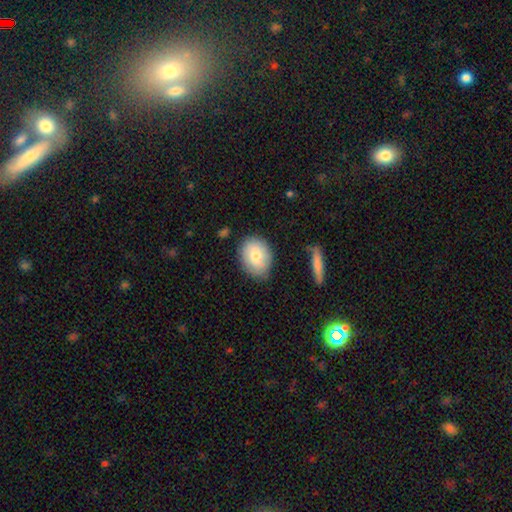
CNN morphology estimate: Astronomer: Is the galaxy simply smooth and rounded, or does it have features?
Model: smooth — 76%.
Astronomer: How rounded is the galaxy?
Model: in between — 55% (runner-up: round, 44%).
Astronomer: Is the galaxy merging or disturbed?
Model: none — 79%.